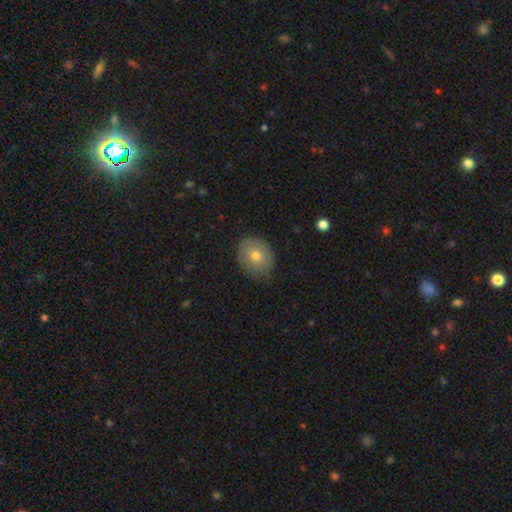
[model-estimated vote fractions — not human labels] This is likely a smooth galaxy (69%). How rounded: likely round (64%). Merging: likely none (78%).